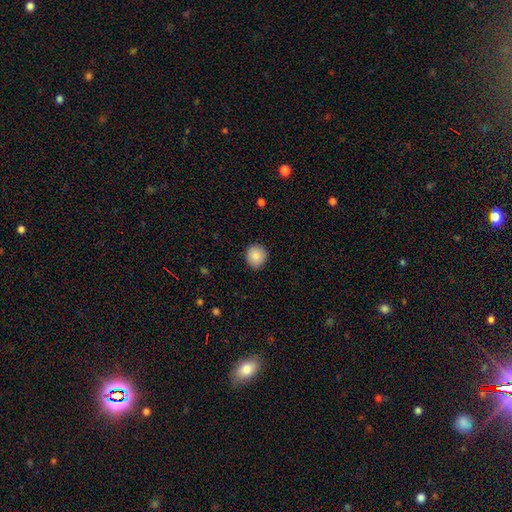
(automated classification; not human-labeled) A smooth galaxy with no disk features (86%) that is round (88%).

Vote fractions:
- Smooth or featured? smooth: 86% / star or artifact: 8% / featured or disk: 6%
- How rounded? round: 88% / in between: 11% / cigar-shaped: 1%
- Merging? none: 89% / minor disturbance: 8% / major disturbance: 2% / merger: 1%